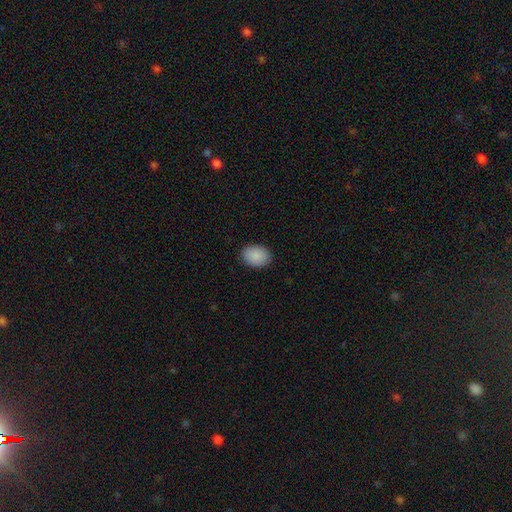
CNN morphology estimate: This appears to be a smooth galaxy with no disk features (90%) that is in between round and cigar-shaped (75%). Merging: none (90%).